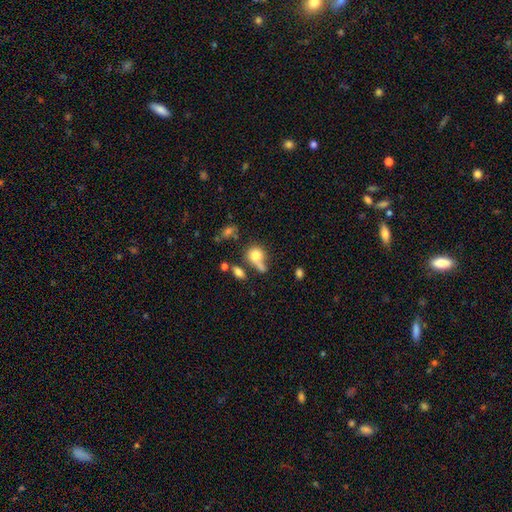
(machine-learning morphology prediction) Smooth or featured?
  - smooth: 78% *
  - featured or disk: 12%
  - star or artifact: 10%
How rounded?
  - round: 69% *
  - in between: 29%
  - cigar-shaped: 2%
Merging?
  - none: 44% *
  - merger: 29%
  - minor disturbance: 16%
  - major disturbance: 10%